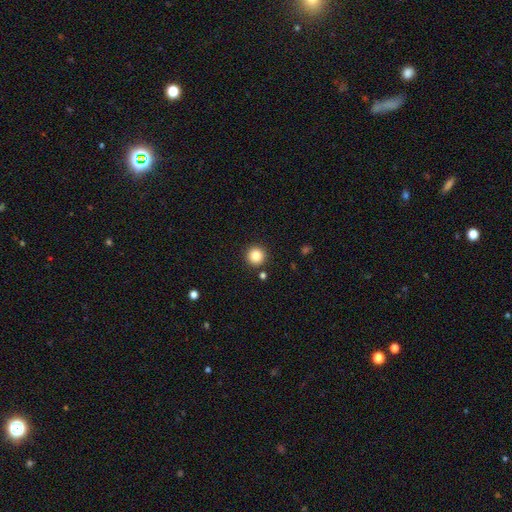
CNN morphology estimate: A smooth galaxy with no disk features (85%) that is round (96%). Merging: none (90%).